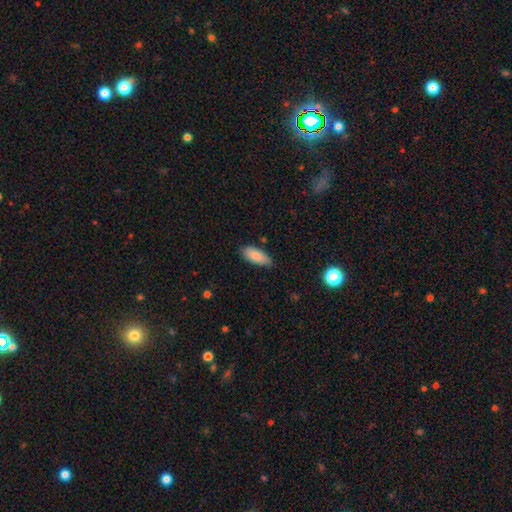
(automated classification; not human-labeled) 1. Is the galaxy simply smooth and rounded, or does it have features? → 86% smooth, 7% featured or disk, 6% star or artifact.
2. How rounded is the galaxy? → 82% in between, 16% cigar-shaped, 2% round.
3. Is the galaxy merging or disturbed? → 76% none, 20% minor disturbance, 3% major disturbance, 2% merger.